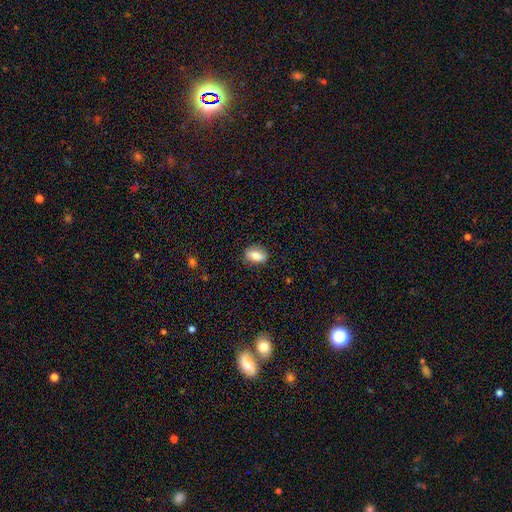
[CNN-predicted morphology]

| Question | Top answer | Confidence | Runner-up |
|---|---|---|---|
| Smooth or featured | smooth | 80% | featured or disk (13%) |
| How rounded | in between | 84% | round (11%) |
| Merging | none | 82% | minor disturbance (14%) |